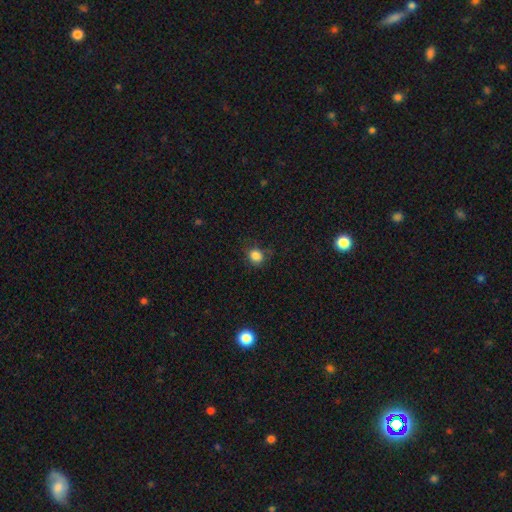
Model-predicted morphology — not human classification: smooth_or_featured: smooth (p=0.84) [alt: star or artifact p=0.11]
how_rounded: round (p=0.77) [alt: in between p=0.22]
merging: none (p=0.73) [alt: minor disturbance p=0.18]